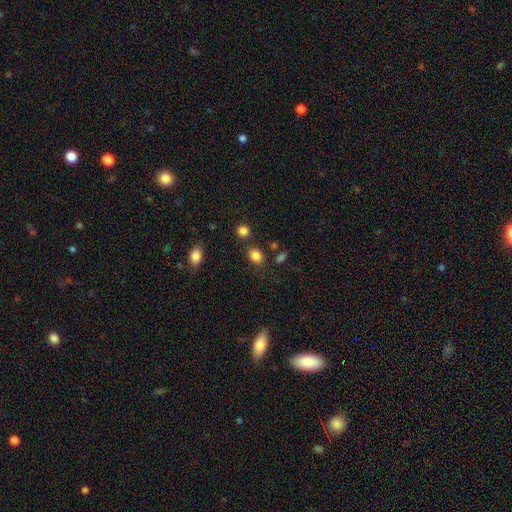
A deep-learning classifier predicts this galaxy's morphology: Smooth or featured: smooth — 84% (star or artifact — 11%)
How rounded: in between — 64% (round — 35%)
Merging: none — 75% (minor disturbance — 13%)